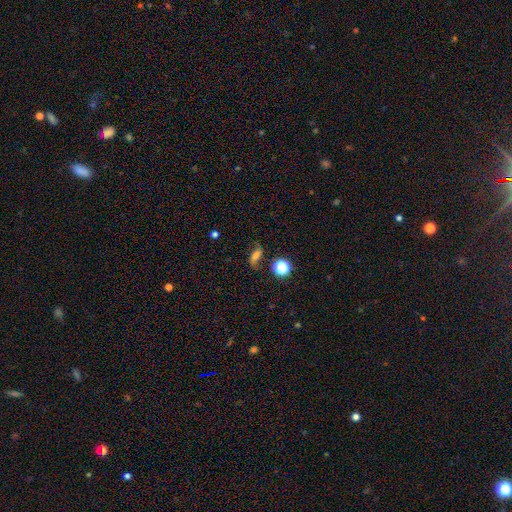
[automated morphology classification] This appears to be a featured or disk galaxy (55%) with no bar (41%), spiral arms (92%) and a moderate central bulge (32%). Merging: none (73%).